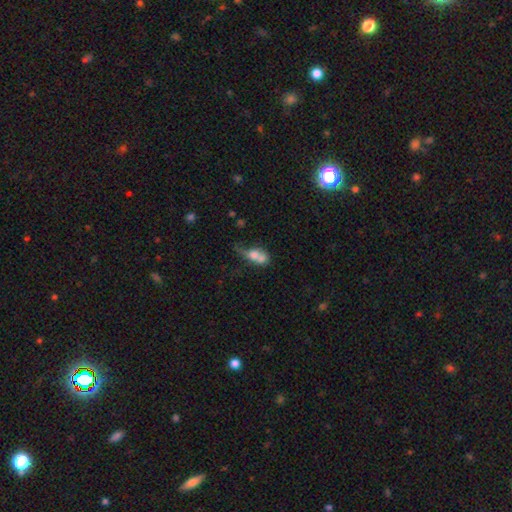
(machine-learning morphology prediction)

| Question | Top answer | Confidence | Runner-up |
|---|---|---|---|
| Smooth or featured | smooth | 63% | featured or disk (27%) |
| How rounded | in between | 54% | round (40%) |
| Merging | merger | 60% | none (16%) |